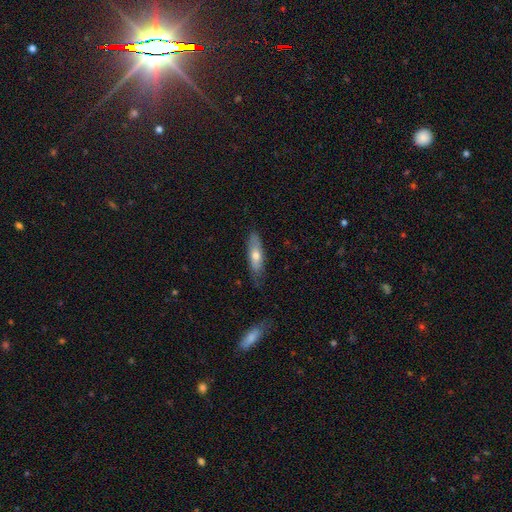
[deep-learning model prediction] smooth_or_featured: smooth (p=0.60) [alt: featured or disk p=0.34]
how_rounded: cigar-shaped (p=0.59) [alt: in between p=0.39]
merging: none (p=0.74) [alt: minor disturbance p=0.21]